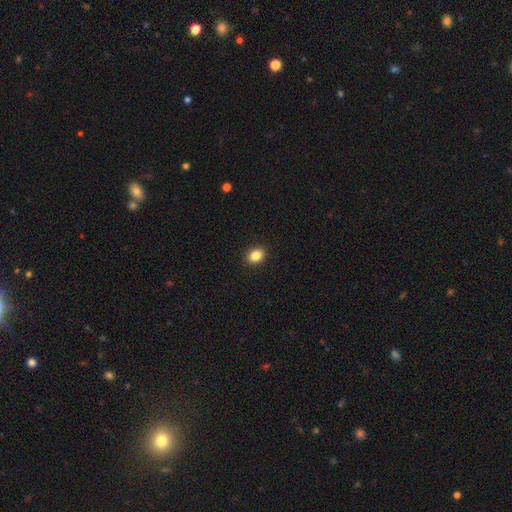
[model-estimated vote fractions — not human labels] This appears to be a smooth galaxy with no disk features (85%) that is round (51%). Merging: none (91%).